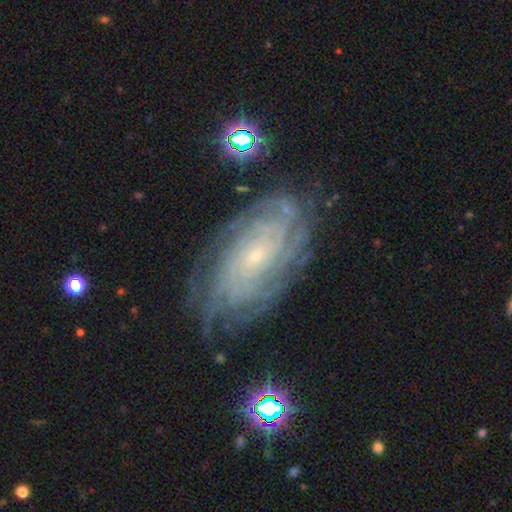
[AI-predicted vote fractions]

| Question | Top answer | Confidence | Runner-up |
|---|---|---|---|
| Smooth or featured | featured or disk | 84% | smooth (9%) |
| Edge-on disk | no | 95% | yes (5%) |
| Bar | no | 76% | weak (19%) |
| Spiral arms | yes | 96% | no (4%) |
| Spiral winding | tight | 79% | medium (17%) |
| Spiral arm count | can't tell | 36% | more than 4 (24%) |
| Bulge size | small | 86% | moderate (10%) |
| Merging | none | 77% | minor disturbance (16%) |